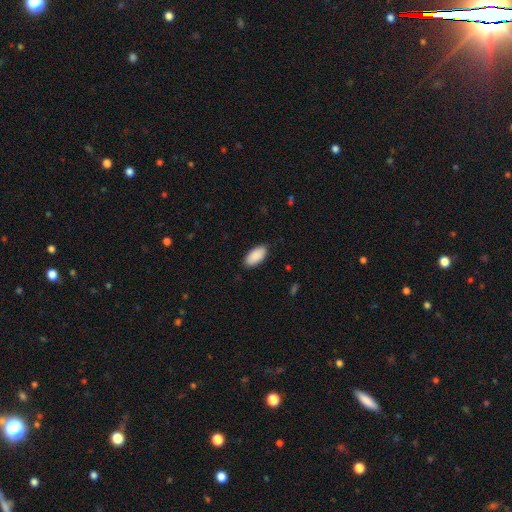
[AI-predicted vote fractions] Morphology: type=smooth (91%); roundness=in between (94%); merging=none (87%).